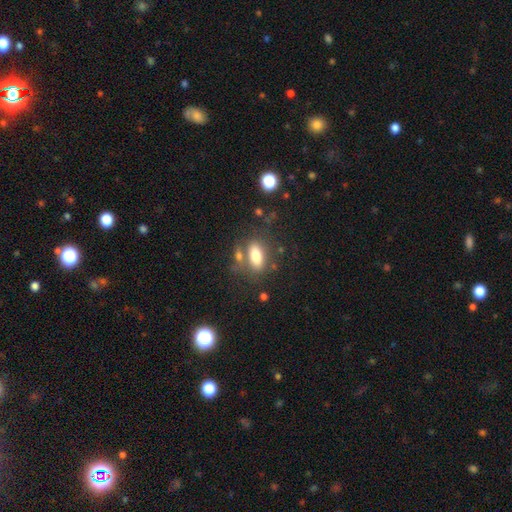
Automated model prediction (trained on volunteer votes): Q: Smooth or featured?
A: smooth (75%); runner-up: featured or disk (17%)
Q: How rounded?
A: in between (82%); runner-up: cigar-shaped (13%)
Q: Merging?
A: none (64%); runner-up: merger (16%)